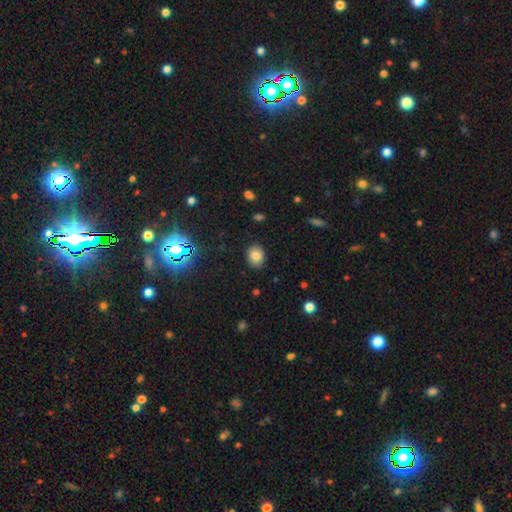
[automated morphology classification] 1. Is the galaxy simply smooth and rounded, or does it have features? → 79% smooth, 13% star or artifact, 8% featured or disk.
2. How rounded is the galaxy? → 55% round, 44% in between, 1% cigar-shaped.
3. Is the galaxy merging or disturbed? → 88% none, 9% minor disturbance, 2% major disturbance, 1% merger.